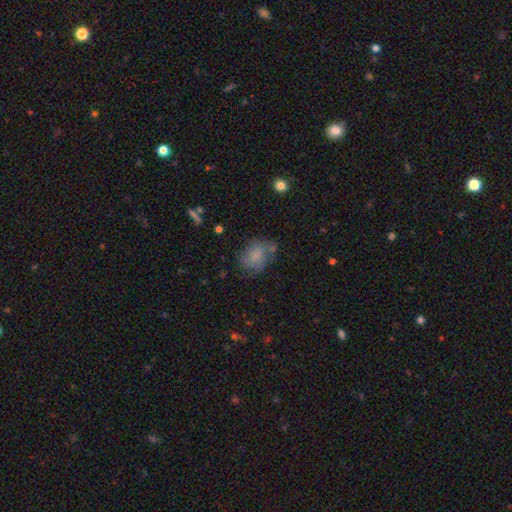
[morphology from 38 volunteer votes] smooth_or_featured: smooth (p=0.82) [alt: featured or disk p=0.11]
how_rounded: in between (p=0.55) [alt: round p=0.45]
merging: none (p=0.51) [alt: minor disturbance p=0.29]